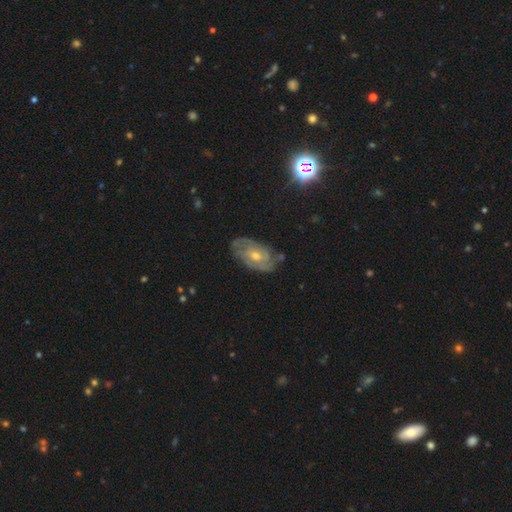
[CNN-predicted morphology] Q: Smooth or featured?
A: featured or disk (79%); runner-up: smooth (13%)
Q: Edge-on disk?
A: no (95%); runner-up: yes (5%)
Q: Bar?
A: no (71%); runner-up: weak (25%)
Q: Spiral arms?
A: yes (91%); runner-up: no (9%)
Q: Spiral winding?
A: tight (60%); runner-up: medium (32%)
Q: Spiral arm count?
A: can't tell (35%); runner-up: 2 (32%)
Q: Bulge size?
A: moderate (54%); runner-up: small (42%)
Q: Merging?
A: none (75%); runner-up: minor disturbance (18%)